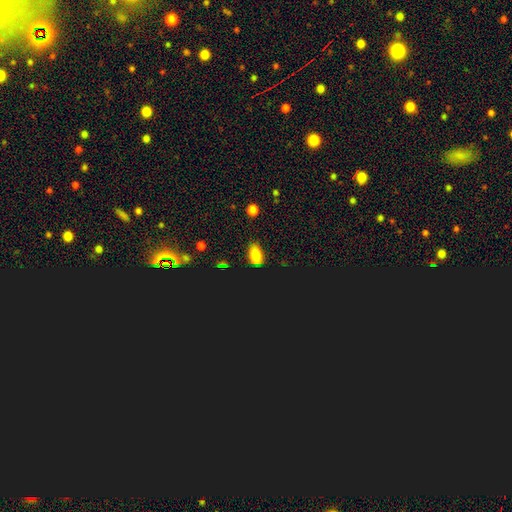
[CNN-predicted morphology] type=smooth (69%); roundness=in between (86%); merging=none (74%).